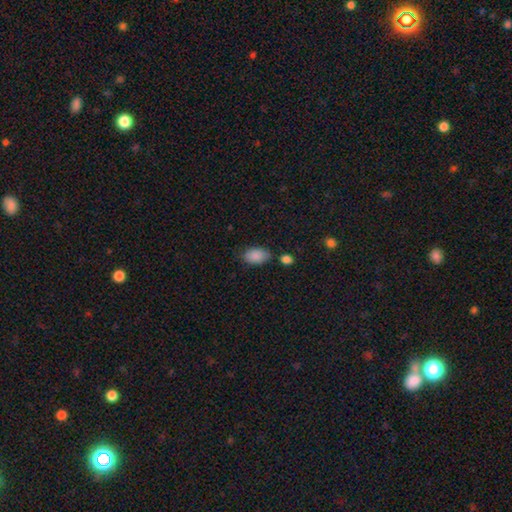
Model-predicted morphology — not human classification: This appears to be a smooth galaxy with no disk features (88%) that is in between round and cigar-shaped (90%). Merging: none (70%).